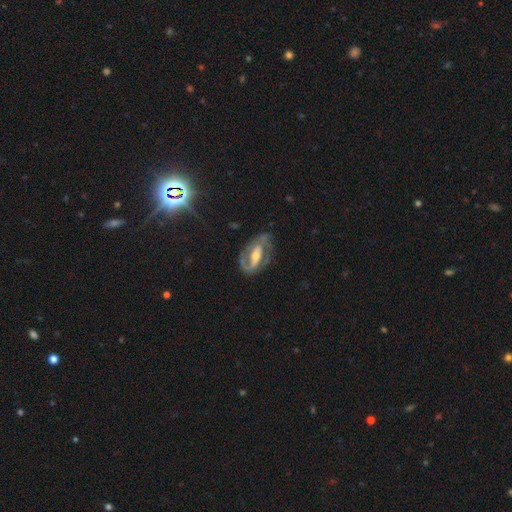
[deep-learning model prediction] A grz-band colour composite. It shows a featured or disk galaxy (82%) with a strong bar (49%), 2 (77%) medium (46%) spiral arms (87%) and a moderate central bulge (62%). Merging: none (65%).